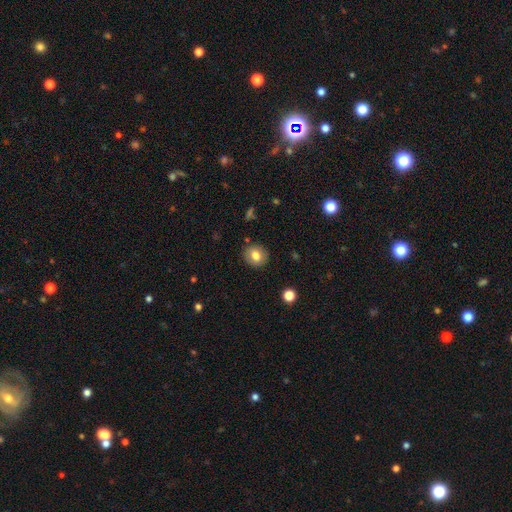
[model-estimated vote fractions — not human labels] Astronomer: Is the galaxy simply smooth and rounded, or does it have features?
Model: smooth — 77%.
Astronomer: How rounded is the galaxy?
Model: round — 76%.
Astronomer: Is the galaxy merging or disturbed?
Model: none — 88%.